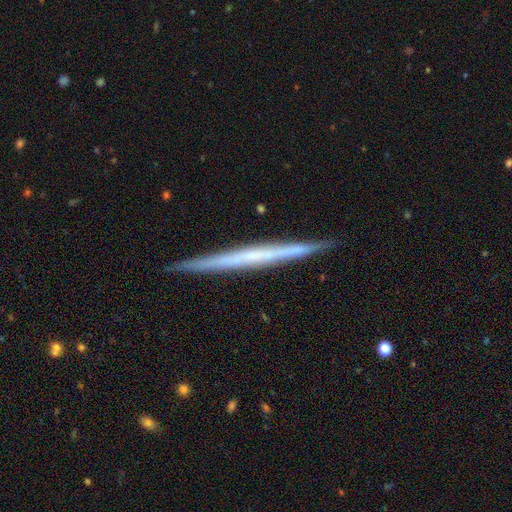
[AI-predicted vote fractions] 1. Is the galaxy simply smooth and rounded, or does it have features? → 61% featured or disk, 33% smooth, 6% star or artifact.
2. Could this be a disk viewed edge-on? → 98% yes, 2% no.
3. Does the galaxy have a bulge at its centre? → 88% none, 8% rounded, 4% boxy.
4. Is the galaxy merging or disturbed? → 91% none, 7% minor disturbance, 1% major disturbance, 1% merger.